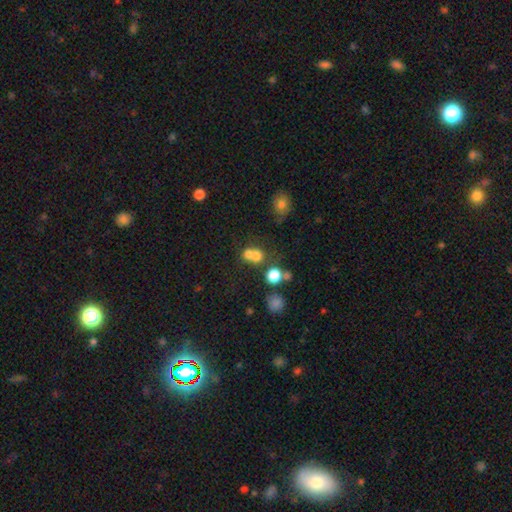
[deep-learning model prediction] A smooth galaxy with no disk features (71%) that is round (79%). Merging: merger (52%).